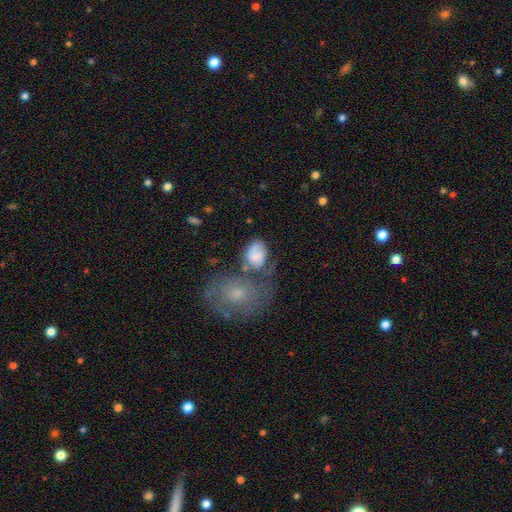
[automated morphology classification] Q: Smooth or featured?
A: smooth (68%); runner-up: featured or disk (24%)
Q: How rounded?
A: in between (71%); runner-up: round (28%)
Q: Merging?
A: none (36%); runner-up: minor disturbance (24%)